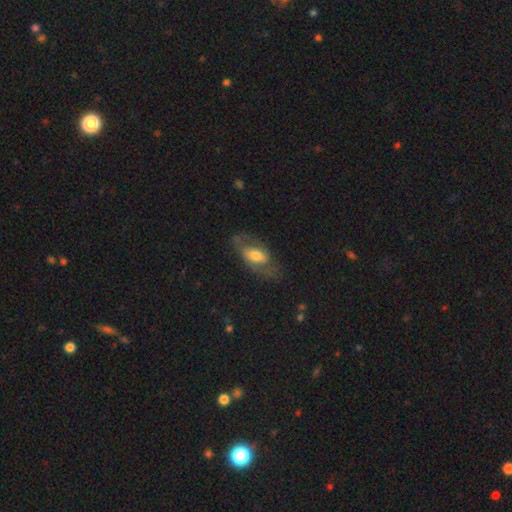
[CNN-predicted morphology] featured or disk 51%, smooth 42%, star or artifact 7%. Down the decision tree: edge-on disk — no (84%); merging — none (62%).